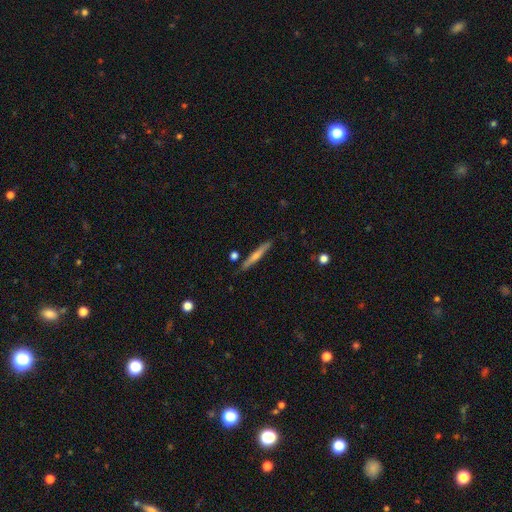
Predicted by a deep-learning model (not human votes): Smooth or featured? featured or disk (61%)
Edge-on disk? yes (97%)
Edge-on bulge? rounded (70%)
Merging? none (88%)